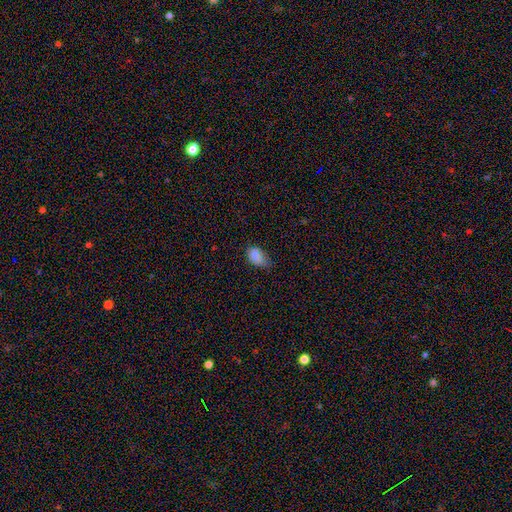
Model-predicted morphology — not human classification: The model was most divided on "merging": minor disturbance: 45%, none: 36%, major disturbance: 17%, merger: 2%. More confident: how rounded — in between (87%); smooth or featured — smooth (84%).